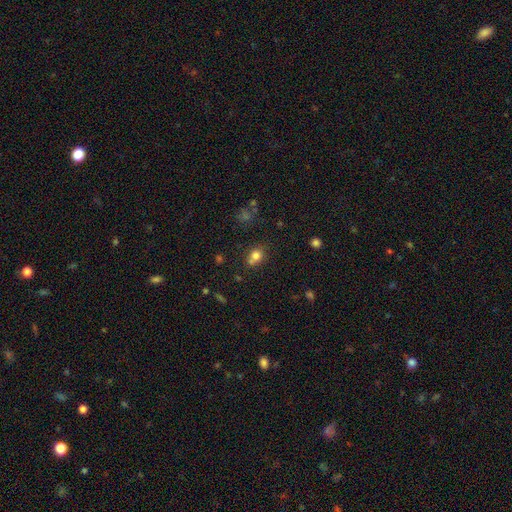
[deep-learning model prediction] The model was most divided on "how rounded": round: 63%, in between: 36%, cigar-shaped: 1%. More confident: smooth or featured — smooth (76%); merging — none (56%).